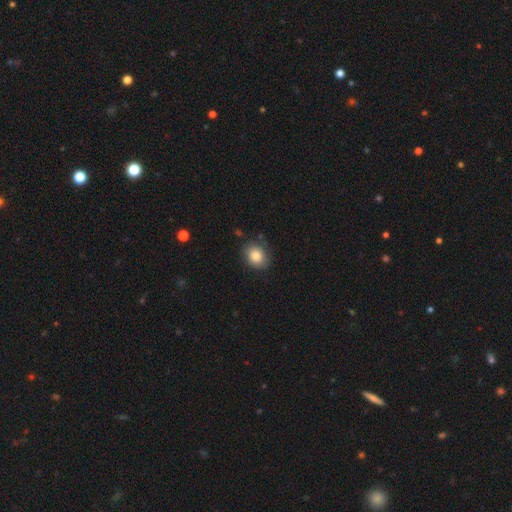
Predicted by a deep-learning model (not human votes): Overall: smooth (84%). How rounded: round (62%; in between 38%). Merging: none (81%).